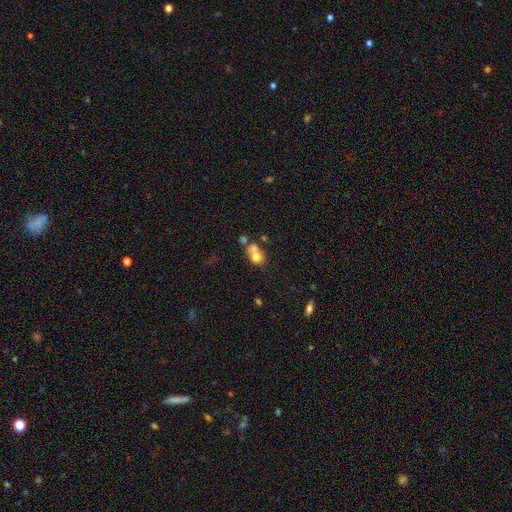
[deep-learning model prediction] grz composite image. It shows a smooth galaxy with no disk features (68%) that is round (60%). Merging: merger (60%).